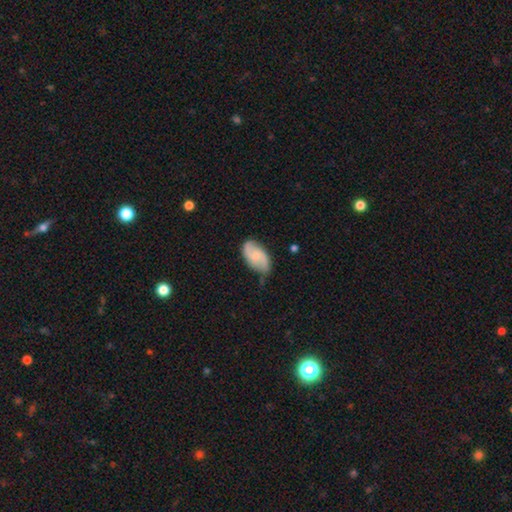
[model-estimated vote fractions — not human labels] Overall: featured or disk (55%; smooth 38%). Edge-on disk: no (96%). Bar: no (52%; weak 41%). Spiral arms: yes (90%). Bulge size: small (47%; moderate 26%). Merging: none (64%; minor disturbance 28%).